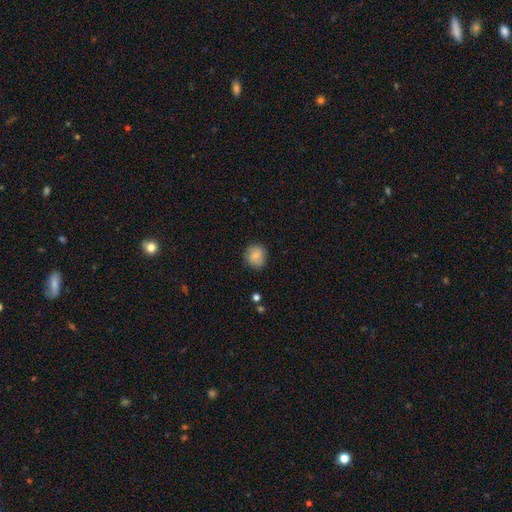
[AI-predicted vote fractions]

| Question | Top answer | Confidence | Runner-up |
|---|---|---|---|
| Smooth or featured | smooth | 78% | featured or disk (14%) |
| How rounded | round | 86% | in between (13%) |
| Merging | none | 82% | minor disturbance (14%) |